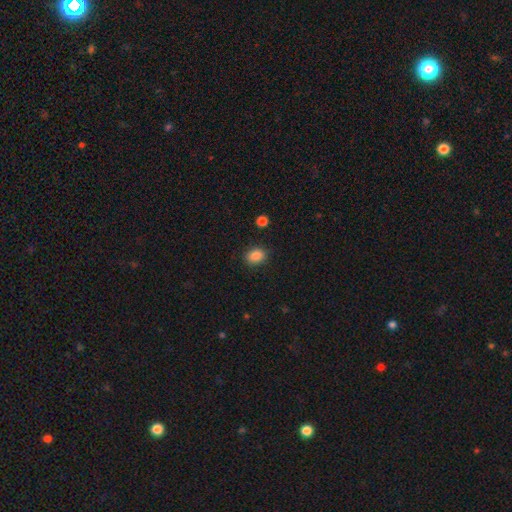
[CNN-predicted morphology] Overall: smooth (87%). How rounded: in between (67%; round 32%). Merging: none (87%).